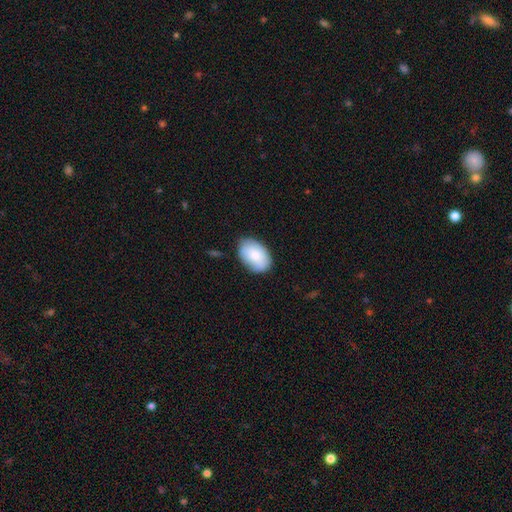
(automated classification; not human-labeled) Morphology: type=smooth (83%); roundness=in between (90%); merging=none (79%).